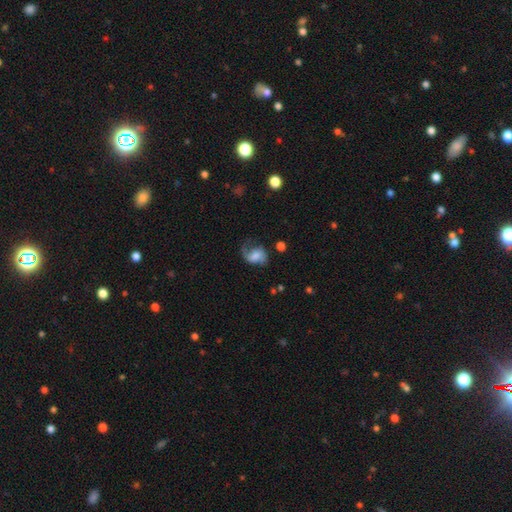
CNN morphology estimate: Smooth or featured? featured or disk (54%)
Edge-on disk? no (97%)
Bar? no (50%)
Spiral arms? yes (85%)
Bulge size? moderate (33%)
Merging? none (41%)